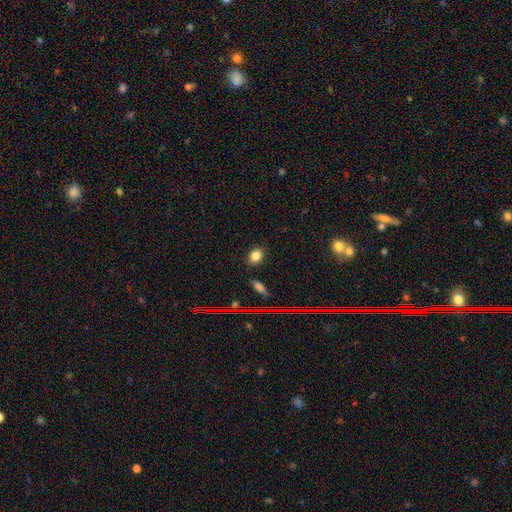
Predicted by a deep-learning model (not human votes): Smooth or featured? smooth (80%)
How rounded? in between (63%)
Merging? none (86%)